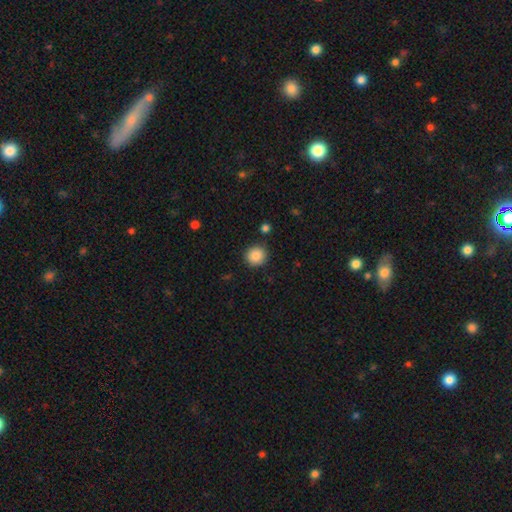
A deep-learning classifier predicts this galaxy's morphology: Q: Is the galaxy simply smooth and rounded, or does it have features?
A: smooth — 86%.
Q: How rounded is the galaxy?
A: round — 93%.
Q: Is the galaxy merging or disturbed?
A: none — 88%.